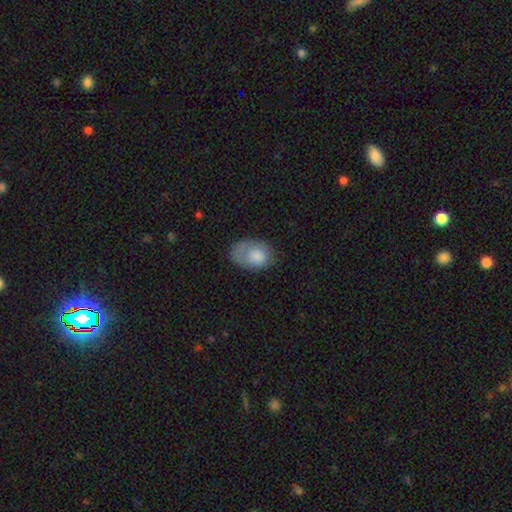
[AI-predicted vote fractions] smooth-or-featured: smooth: 76% | featured or disk: 17% | star or artifact: 7%
  how-rounded: in between: 80% | round: 19% | cigar-shaped: 1%
  merging: none: 52% | minor disturbance: 28% | major disturbance: 18% | merger: 2%